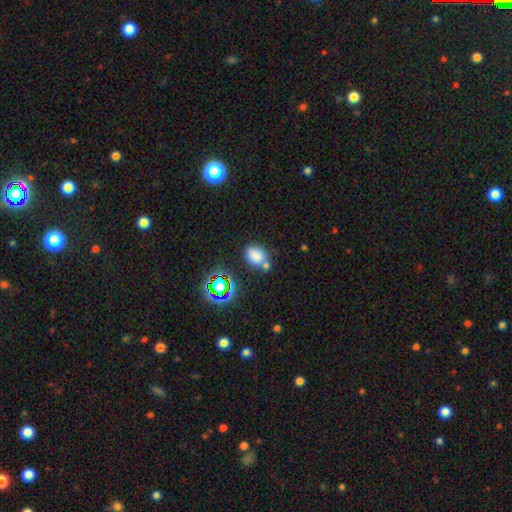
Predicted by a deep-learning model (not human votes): Q: Smooth or featured?
A: smooth (77%); runner-up: star or artifact (17%)
Q: How rounded?
A: in between (53%); runner-up: round (46%)
Q: Merging?
A: none (65%); runner-up: merger (17%)